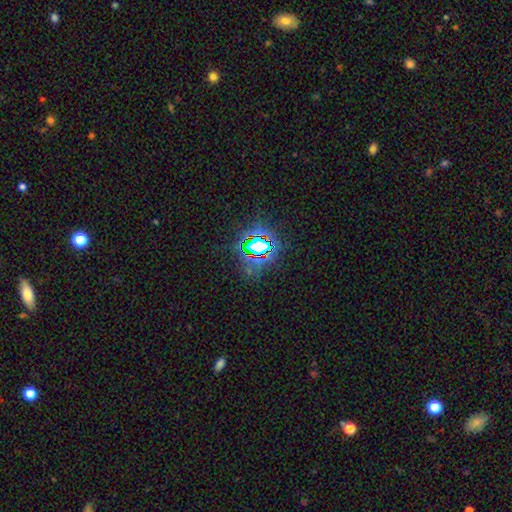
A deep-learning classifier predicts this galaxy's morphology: Smooth or featured? star or artifact (73%)